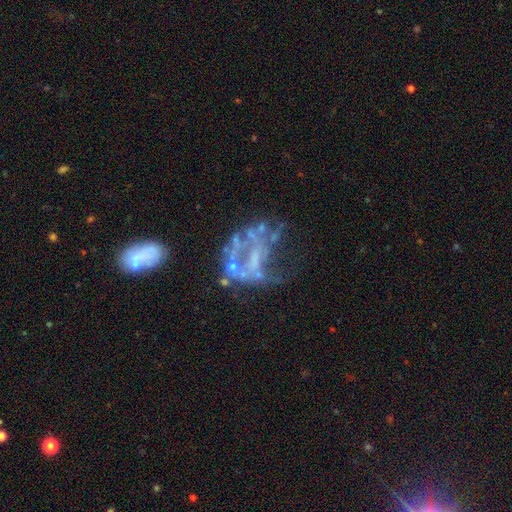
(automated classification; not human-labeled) This appears to be a featured or disk galaxy (71%) with no bar (79%), no spiral arms (83%) and no central bulge (70%). Merging: major disturbance (38%).